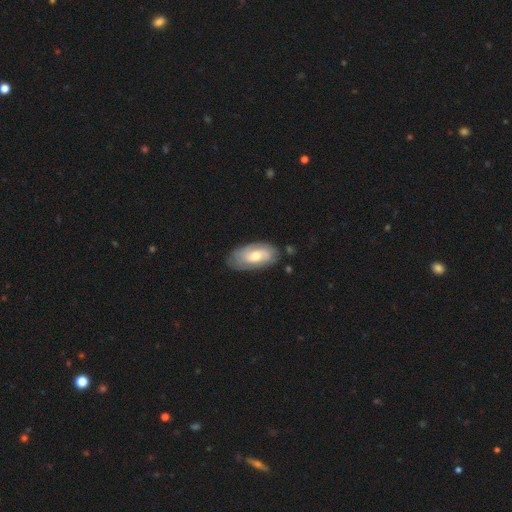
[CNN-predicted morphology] featured or disk 49%, smooth 45%, star or artifact 6%. Down the decision tree: merging — none (70%).